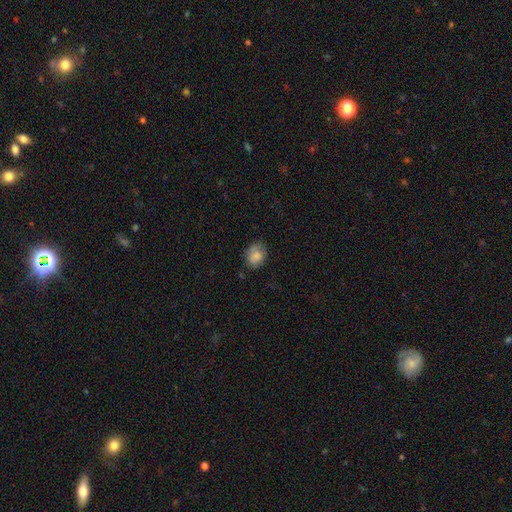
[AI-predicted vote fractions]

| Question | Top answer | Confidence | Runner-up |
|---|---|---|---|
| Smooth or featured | smooth | 81% | featured or disk (11%) |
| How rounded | in between | 60% | round (39%) |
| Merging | none | 67% | minor disturbance (25%) |